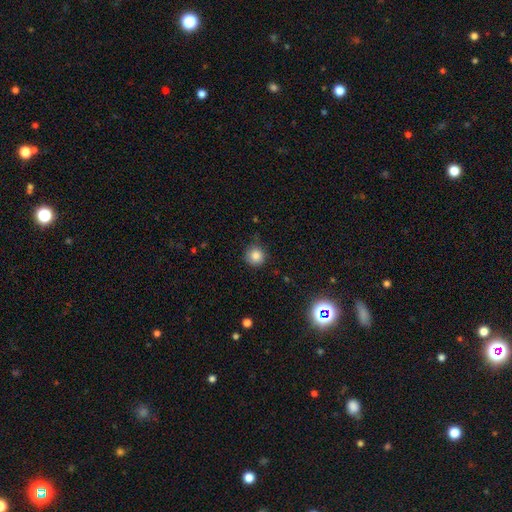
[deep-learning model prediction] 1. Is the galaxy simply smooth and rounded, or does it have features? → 84% smooth, 11% star or artifact, 5% featured or disk.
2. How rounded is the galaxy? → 93% round, 6% in between, 1% cigar-shaped.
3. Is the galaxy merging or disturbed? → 80% none, 16% minor disturbance, 3% major disturbance, 1% merger.